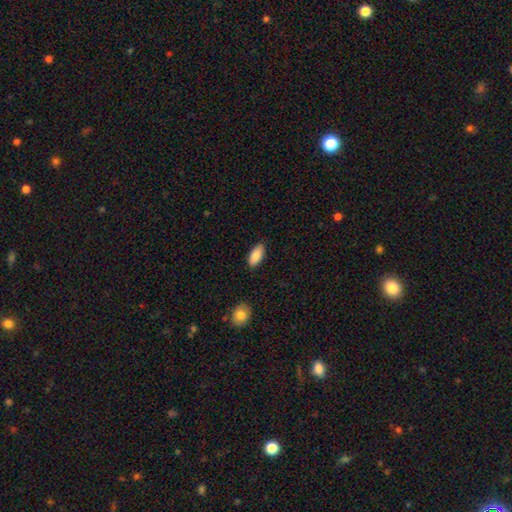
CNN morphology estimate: Smooth or featured? smooth (88%)
How rounded? in between (91%)
Merging? none (86%)